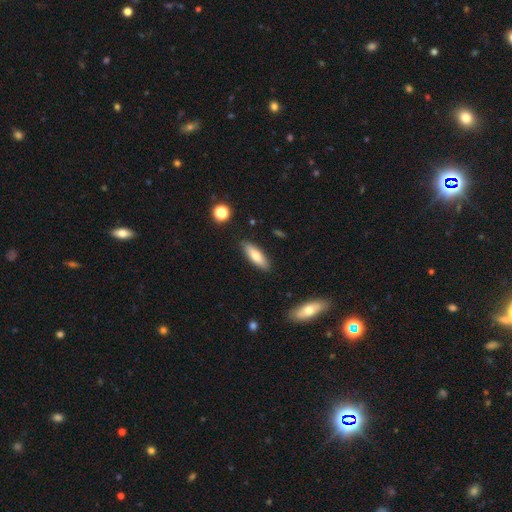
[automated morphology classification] Smooth or featured? smooth (74%)
How rounded? in between (53%)
Merging? none (87%)